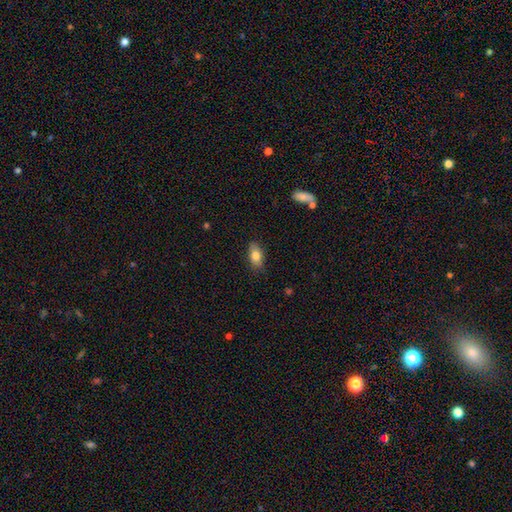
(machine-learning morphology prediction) Smooth or featured? Predicted: smooth (p=0.80). How rounded? Predicted: in between (p=0.87). Merging? Predicted: none (p=0.84).